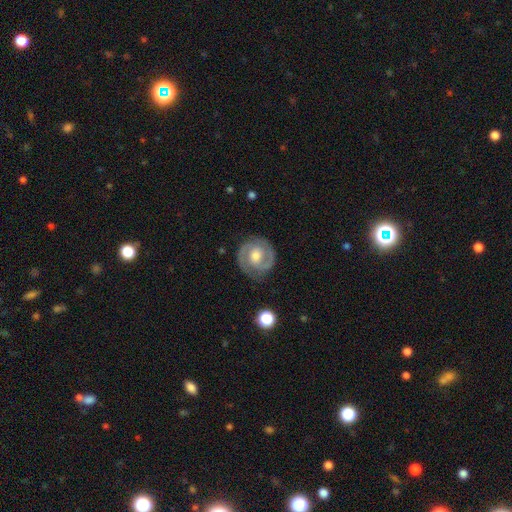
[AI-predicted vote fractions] smooth_or_featured: featured or disk (p=0.82) [alt: smooth p=0.13]
disk_edge_on: no (p=0.98) [alt: yes p=0.02]
bar: no (p=0.50) [alt: weak p=0.39]
has_spiral_arms: yes (p=0.94) [alt: no p=0.06]
spiral_winding: tight (p=0.55) [alt: medium p=0.38]
spiral_arm_count: 2 (p=0.89) [alt: can't tell p=0.05]
bulge_size: moderate (p=0.69) [alt: small p=0.21]
merging: none (p=0.84) [alt: minor disturbance p=0.12]